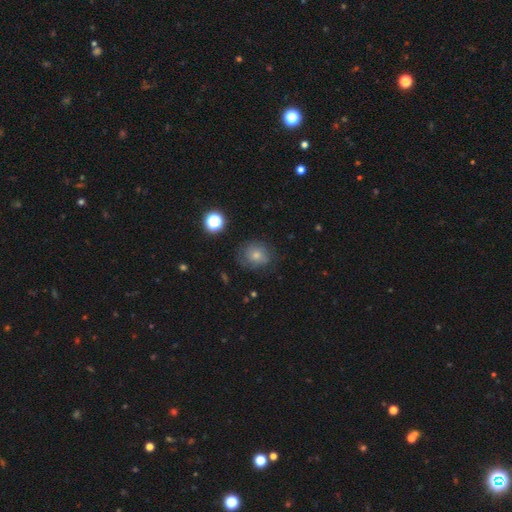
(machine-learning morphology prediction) Smooth or featured?
  - smooth: 44% *
  - featured or disk: 35%
  - star or artifact: 21%
Merging?
  - none: 78% *
  - minor disturbance: 15%
  - major disturbance: 5%
  - merger: 2%